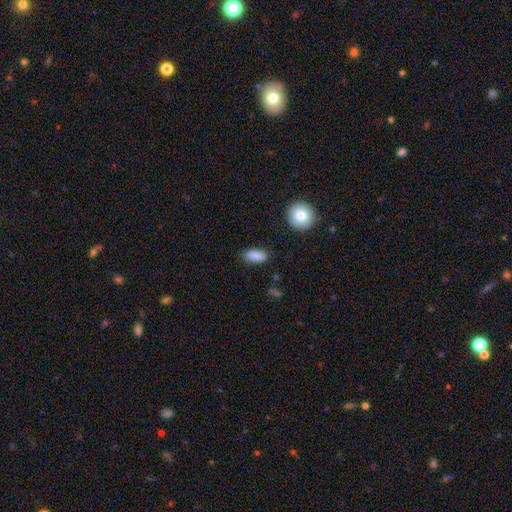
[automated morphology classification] This is clearly a smooth galaxy (86%). How rounded: likely in between (77%). Merging: clearly none (82%).